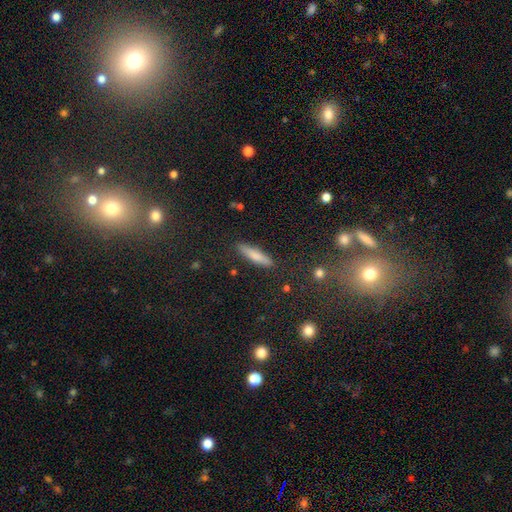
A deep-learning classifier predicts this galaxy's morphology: smooth 76%, featured or disk 17%, star or artifact 8%. Down the decision tree: how rounded — cigar-shaped (79%); merging — none (88%).